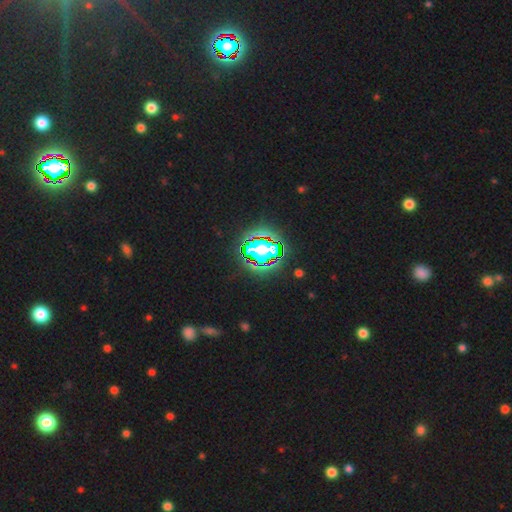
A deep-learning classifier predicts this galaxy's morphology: Smooth or featured? Predicted: star or artifact (p=0.70).